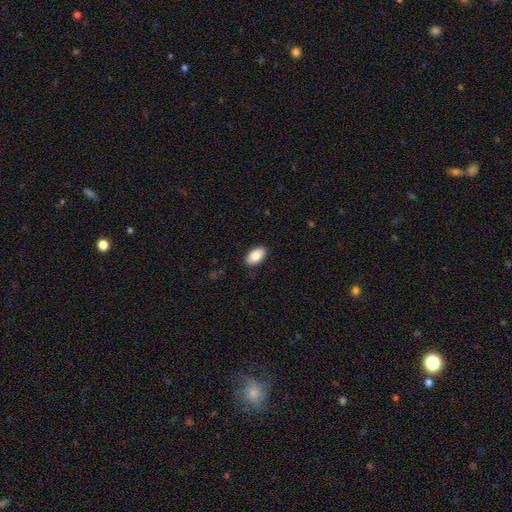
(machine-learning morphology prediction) smooth_or_featured: smooth (p=0.87) [alt: star or artifact p=0.07]
how_rounded: in between (p=0.94) [alt: round p=0.05]
merging: none (p=0.88) [alt: minor disturbance p=0.09]